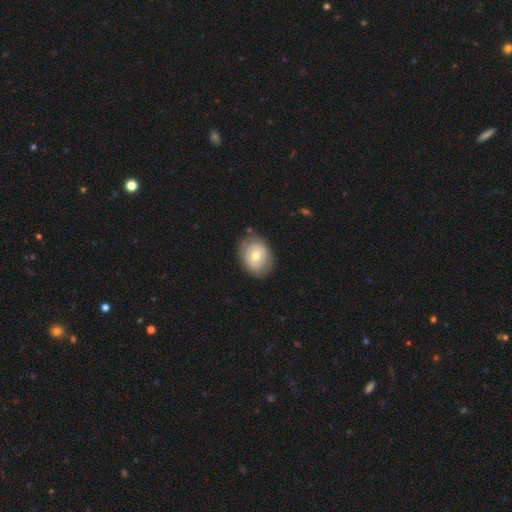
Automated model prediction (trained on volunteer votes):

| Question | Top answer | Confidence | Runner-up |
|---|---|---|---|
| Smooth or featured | smooth | 59% | featured or disk (34%) |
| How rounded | in between | 58% | round (42%) |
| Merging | none | 78% | minor disturbance (16%) |